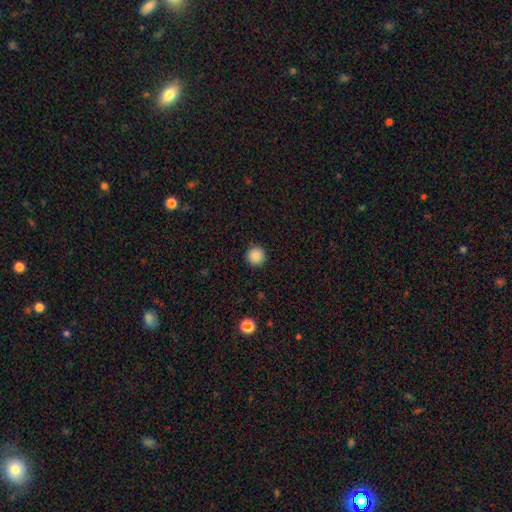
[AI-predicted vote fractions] smooth 87%, star or artifact 10%, featured or disk 3%. Down the decision tree: how rounded — round (96%); merging — none (93%).